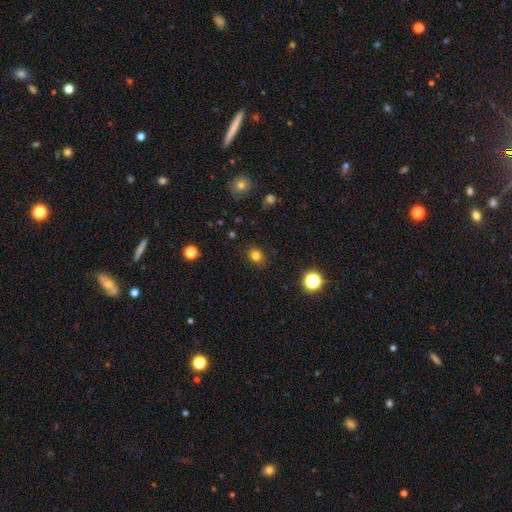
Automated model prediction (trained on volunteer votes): A smooth galaxy with no disk features (80%) that is round (71%). Merging: none (88%).